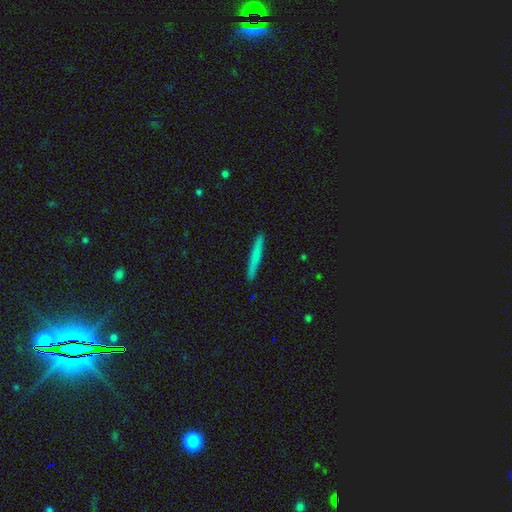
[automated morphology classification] type=smooth (69%); roundness=cigar-shaped (97%); merging=none (92%).